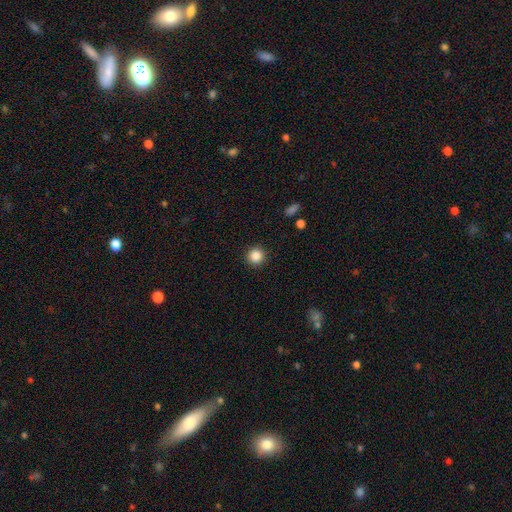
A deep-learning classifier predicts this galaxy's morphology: A smooth galaxy with no disk features (86%) that is round (95%). Merging: none (92%).